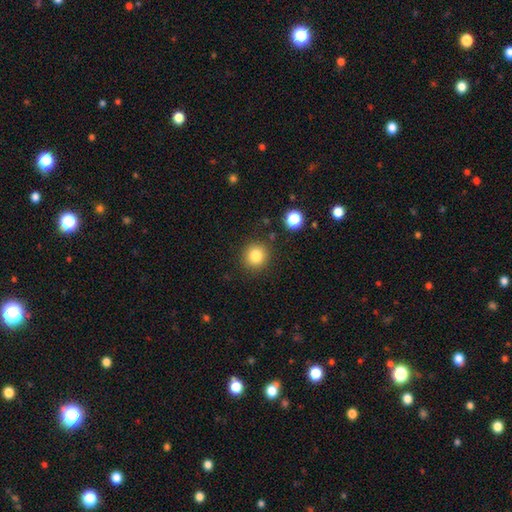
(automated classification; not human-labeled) Overall: smooth (83%). How rounded: round (92%). Merging: none (87%).